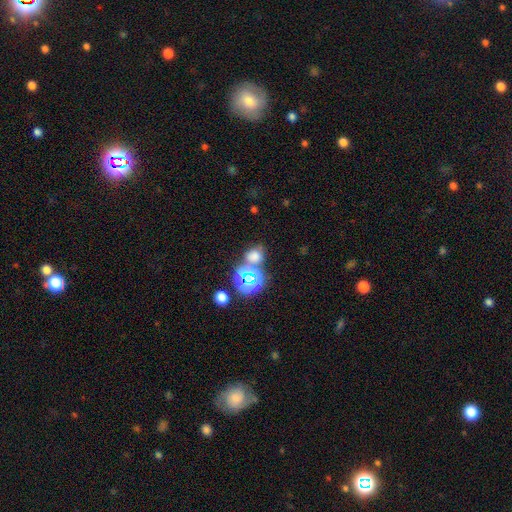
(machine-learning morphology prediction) Overall: smooth (62%; star or artifact 30%). How rounded: round (72%). Merging: none (61%; merger 23%).